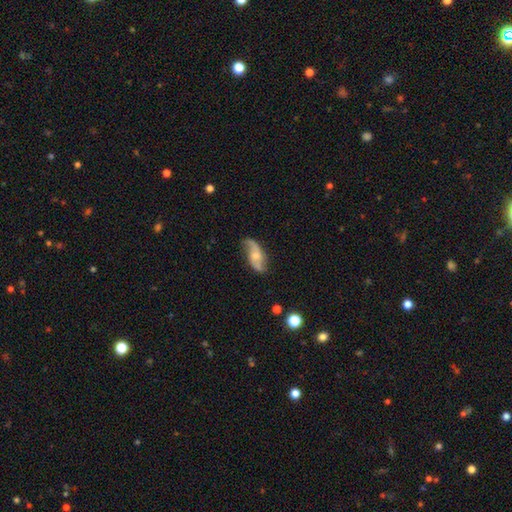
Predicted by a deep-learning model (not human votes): Smooth or featured: featured or disk — 72% (smooth — 22%)
Edge-on disk: no — 94% (yes — 6%)
Bar: no — 59% (weak — 33%)
Spiral arms: yes — 93% (no — 7%)
Spiral winding: loose — 72% (medium — 21%)
Spiral arm count: 2 — 89% (can't tell — 4%)
Bulge size: small — 47% (moderate — 40%)
Merging: none — 69% (minor disturbance — 21%)